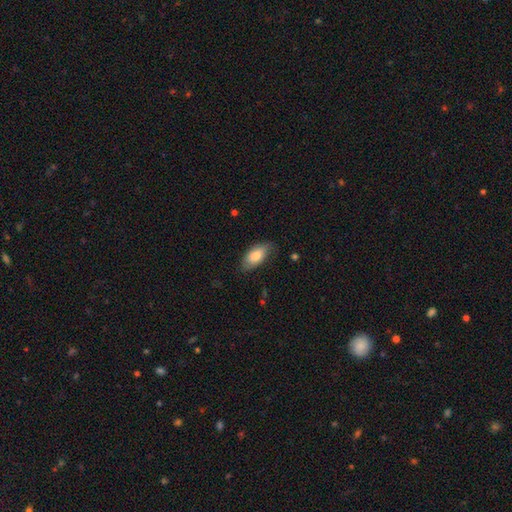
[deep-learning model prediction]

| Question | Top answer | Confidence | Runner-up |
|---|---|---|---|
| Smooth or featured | smooth | 79% | featured or disk (15%) |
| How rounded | in between | 91% | cigar-shaped (6%) |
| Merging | none | 70% | minor disturbance (24%) |